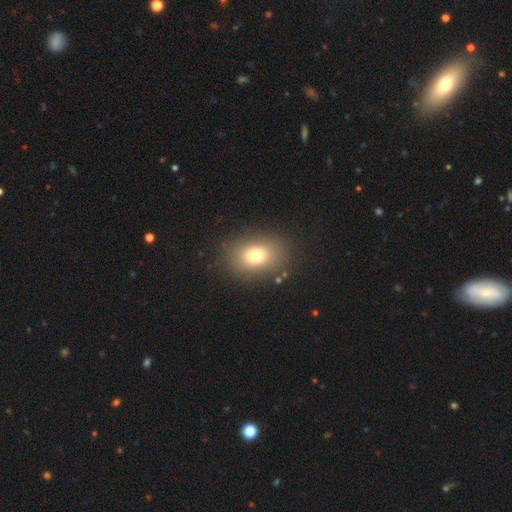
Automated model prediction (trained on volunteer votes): smooth-or-featured: smooth: 75% | featured or disk: 12% | star or artifact: 12%
  how-rounded: in between: 69% | round: 30% | cigar-shaped: 1%
  merging: none: 83% | minor disturbance: 11% | major disturbance: 5% | merger: 2%